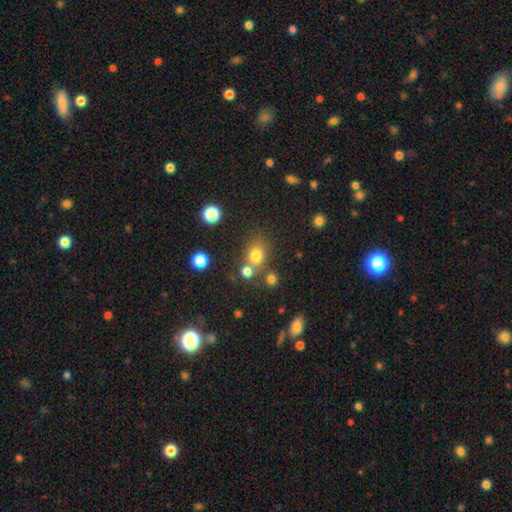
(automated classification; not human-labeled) A smooth galaxy with no disk features (75%) that is round (63%). Merging: none (60%).